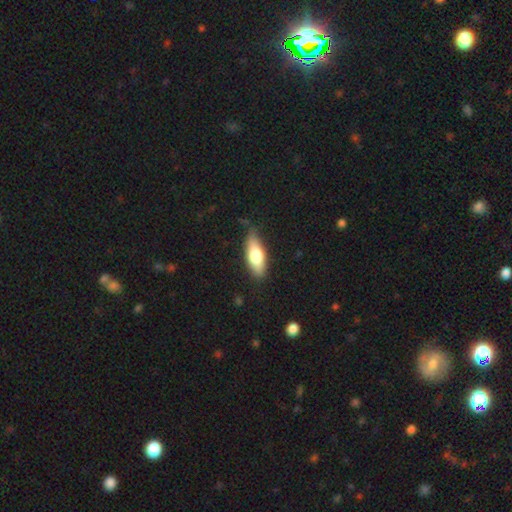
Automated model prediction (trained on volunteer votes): Morphology: type=smooth (68%); roundness=in between (68%); merging=none (79%).